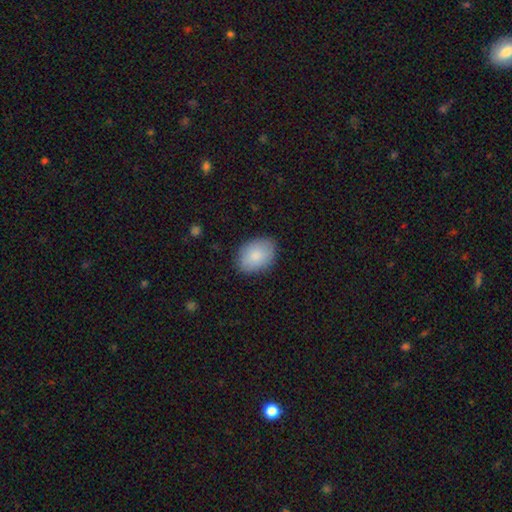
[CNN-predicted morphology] A smooth galaxy with no disk features (86%) that is in between round and cigar-shaped (79%).

Vote fractions:
- Smooth or featured? smooth: 86% / featured or disk: 8% / star or artifact: 6%
- How rounded? in between: 79% / round: 20% / cigar-shaped: 1%
- Merging? none: 84% / minor disturbance: 13% / major disturbance: 3% / merger: 1%